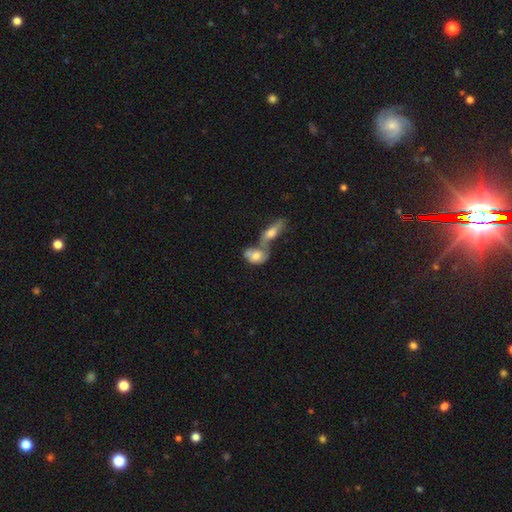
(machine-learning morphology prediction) A smooth galaxy with no disk features (67%) that is in between round and cigar-shaped (77%).

Vote fractions:
- Smooth or featured? smooth: 67% / featured or disk: 25% / star or artifact: 8%
- How rounded? in between: 77% / round: 18% / cigar-shaped: 5%
- Merging? merger: 64% / none: 21% / minor disturbance: 10% / major disturbance: 6%